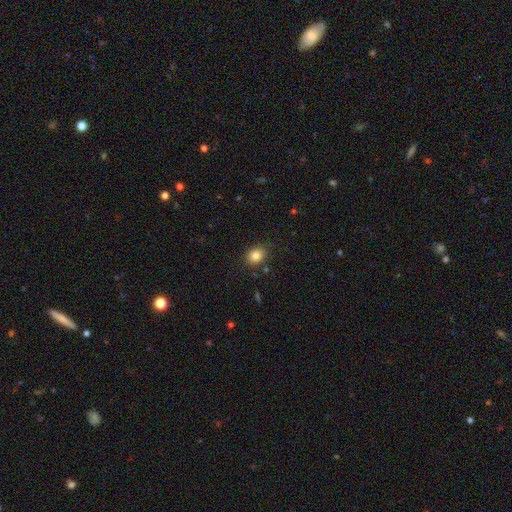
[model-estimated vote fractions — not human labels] Smooth or featured? Predicted: smooth (p=0.83). How rounded? Predicted: round (p=0.52). Merging? Predicted: none (p=0.82).